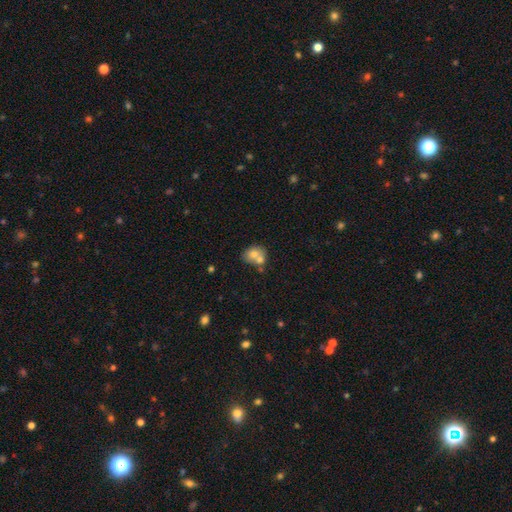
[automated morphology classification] Smooth or featured: smooth — 68% (featured or disk — 22%)
How rounded: round — 55% (in between — 44%)
Merging: merger — 52% (none — 33%)